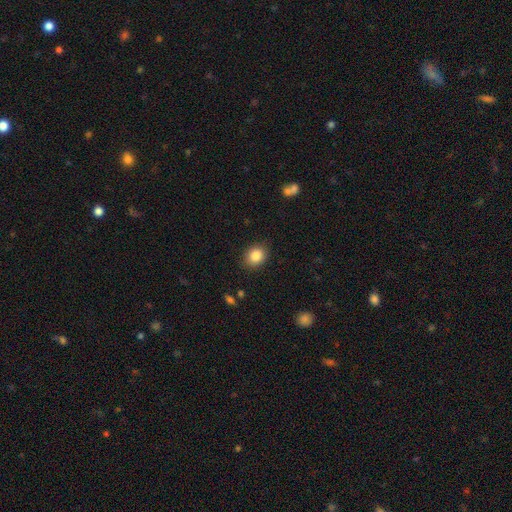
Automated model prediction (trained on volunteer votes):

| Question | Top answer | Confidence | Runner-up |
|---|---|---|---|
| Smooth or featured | smooth | 85% | star or artifact (9%) |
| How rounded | round | 57% | in between (42%) |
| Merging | none | 86% | minor disturbance (10%) |